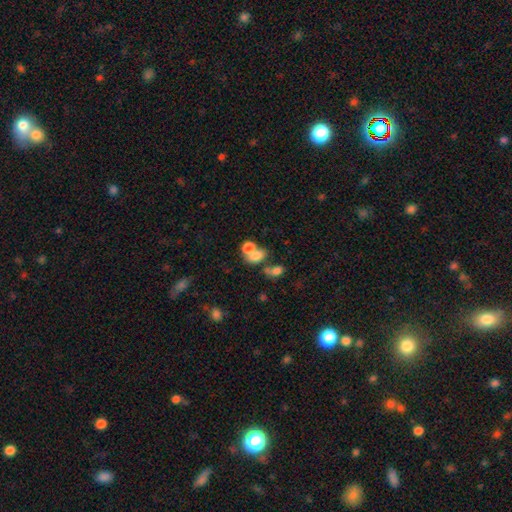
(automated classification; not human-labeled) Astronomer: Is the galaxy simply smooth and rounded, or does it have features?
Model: smooth — 73%.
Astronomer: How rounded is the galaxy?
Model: in between — 67%.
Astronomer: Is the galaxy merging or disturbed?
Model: merger — 53% (runner-up: none, 31%).